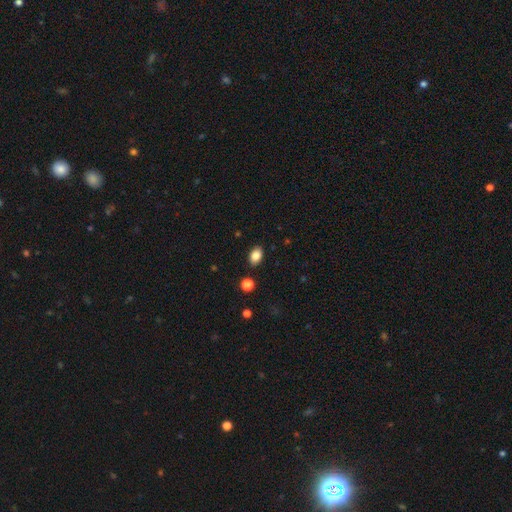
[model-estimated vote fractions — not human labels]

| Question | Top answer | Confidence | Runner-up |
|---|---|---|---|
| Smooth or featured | smooth | 85% | star or artifact (9%) |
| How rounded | in between | 86% | round (13%) |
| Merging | none | 86% | minor disturbance (9%) |